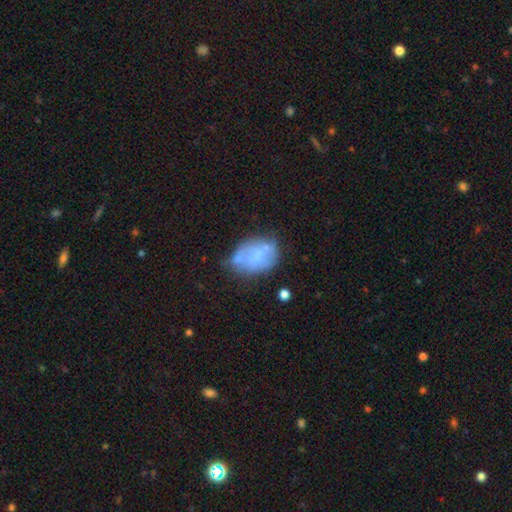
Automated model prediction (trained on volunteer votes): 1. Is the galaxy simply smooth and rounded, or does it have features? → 51% smooth, 39% featured or disk, 9% star or artifact.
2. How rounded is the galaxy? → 77% in between, 21% round, 1% cigar-shaped.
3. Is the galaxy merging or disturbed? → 44% none, 30% minor disturbance, 14% merger, 13% major disturbance.